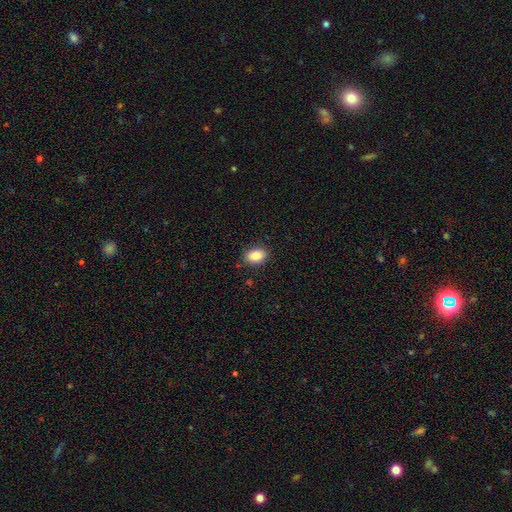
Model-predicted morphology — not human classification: A smooth galaxy with no disk features (87%) that is in between round and cigar-shaped (84%). Merging: none (86%).